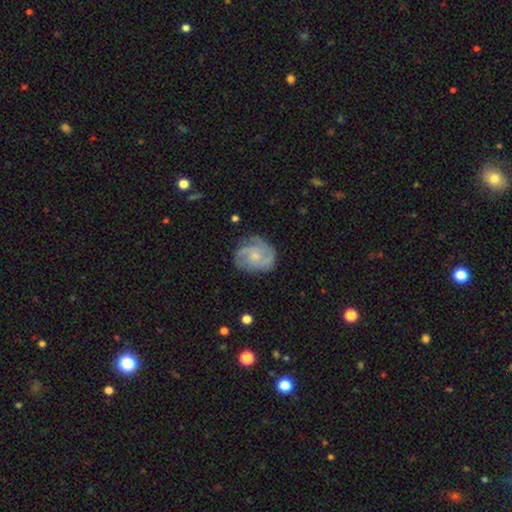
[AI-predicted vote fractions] smooth-or-featured: featured or disk: 80% | smooth: 15% | star or artifact: 6%
  disk-edge-on: no: 98% | yes: 2%
    bar: no: 73% | weak: 23% | strong: 3%
    has-spiral-arms: yes: 95% | no: 5%
      spiral-winding: tight: 46% | medium: 43% | loose: 11%
      spiral-arm-count: 3: 40% | 2: 27% | can't tell: 16% | 4: 8% | 1: 5% | more than 4: 5%
    bulge-size: small: 64% | moderate: 27% | none: 7% | large: 1% | dominant: 1%
  merging: none: 73% | minor disturbance: 19% | major disturbance: 7% | merger: 1%